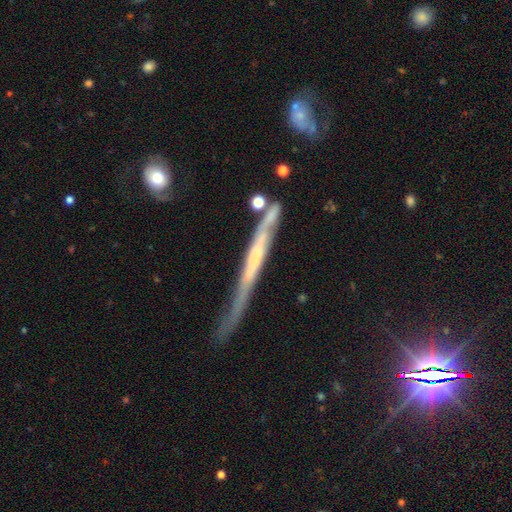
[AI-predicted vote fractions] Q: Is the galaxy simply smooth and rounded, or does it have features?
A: featured or disk — 66%.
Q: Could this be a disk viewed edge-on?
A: yes — 88%.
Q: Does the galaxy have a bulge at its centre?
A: none — 68%.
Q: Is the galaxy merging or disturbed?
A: none — 44%.